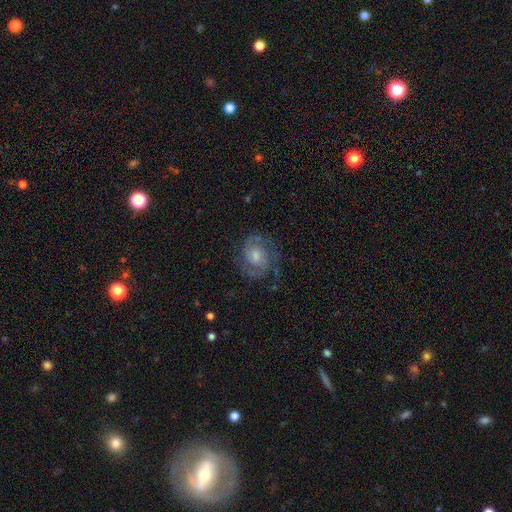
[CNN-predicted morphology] featured or disk 78%, smooth 13%, star or artifact 9%. Down the decision tree: edge-on disk — no (98%); bar — no (67%); spiral arms — yes (95%); spiral arm count — 2 (65%); spiral winding — tight (50%); bulge size — moderate (50%); merging — none (76%).